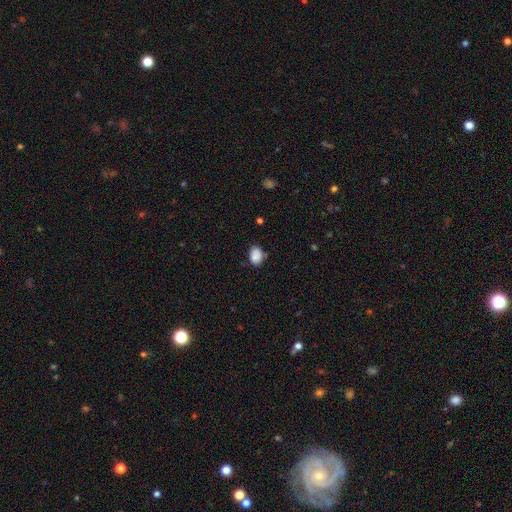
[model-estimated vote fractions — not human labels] This is clearly a smooth galaxy (87%). How rounded: likely in between (71%). Merging: likely none (72%).